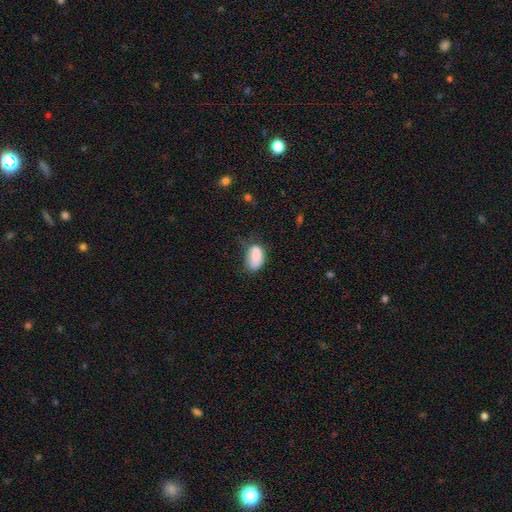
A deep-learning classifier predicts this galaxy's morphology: Smooth or featured: smooth — 81% (featured or disk — 11%)
How rounded: in between — 91% (round — 7%)
Merging: none — 41% (minor disturbance — 36%)